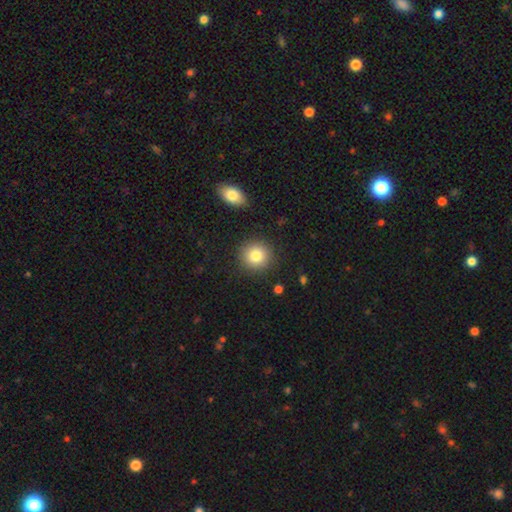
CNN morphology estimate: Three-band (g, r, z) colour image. It shows a smooth galaxy with no disk features (82%) that is round (92%). Merging: none (89%).